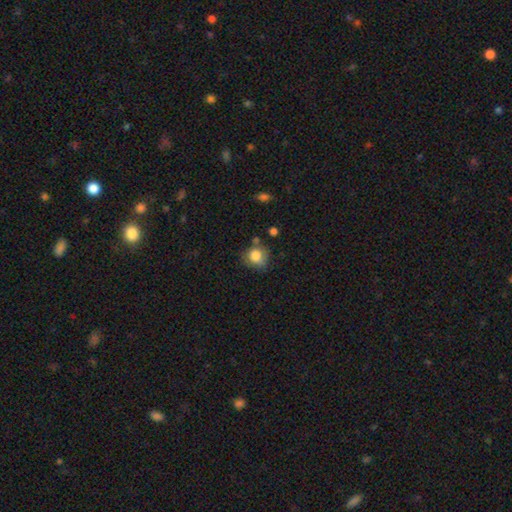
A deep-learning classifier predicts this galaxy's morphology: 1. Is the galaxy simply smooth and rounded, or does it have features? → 81% smooth, 10% star or artifact, 9% featured or disk.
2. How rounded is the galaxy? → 76% round, 23% in between, 1% cigar-shaped.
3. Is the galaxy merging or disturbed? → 59% none, 25% minor disturbance, 8% merger, 8% major disturbance.